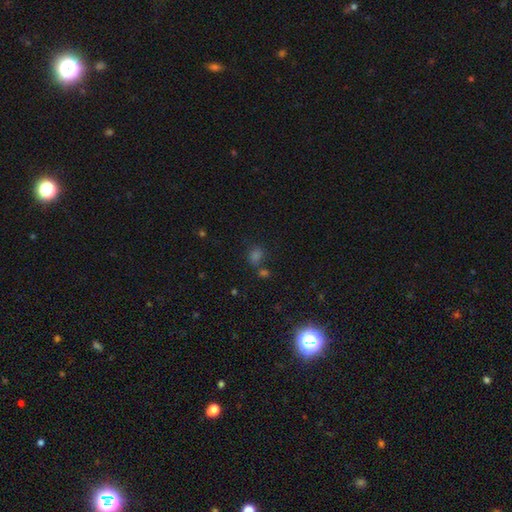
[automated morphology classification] A smooth galaxy with no disk features (51%) that is round (68%).

Vote fractions:
- Smooth or featured? smooth: 51% / star or artifact: 42% / featured or disk: 7%
- How rounded? round: 68% / in between: 30% / cigar-shaped: 2%
- Merging? none: 70% / merger: 14% / minor disturbance: 11% / major disturbance: 5%